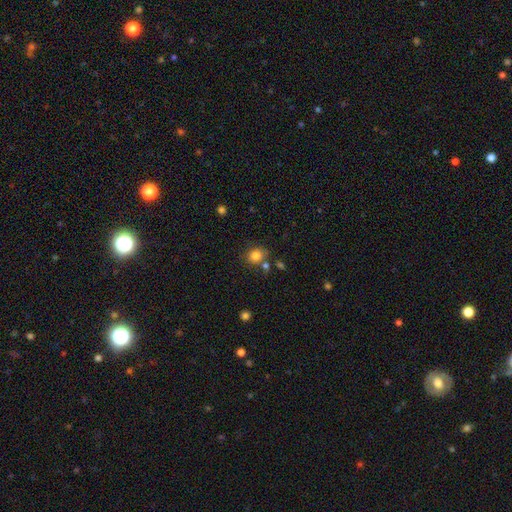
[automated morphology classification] A smooth galaxy with no disk features (82%) that is round (72%).

Vote fractions:
- Smooth or featured? smooth: 82% / star or artifact: 11% / featured or disk: 7%
- How rounded? round: 72% / in between: 27% / cigar-shaped: 1%
- Merging? none: 73% / minor disturbance: 13% / merger: 11% / major disturbance: 4%